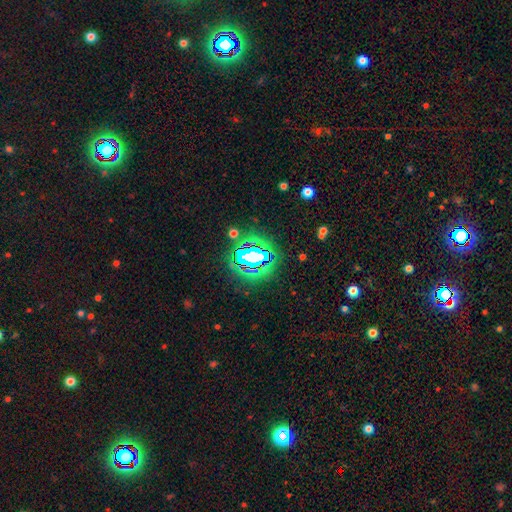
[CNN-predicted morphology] This is likely a star or artifact rather than a galaxy (72%).